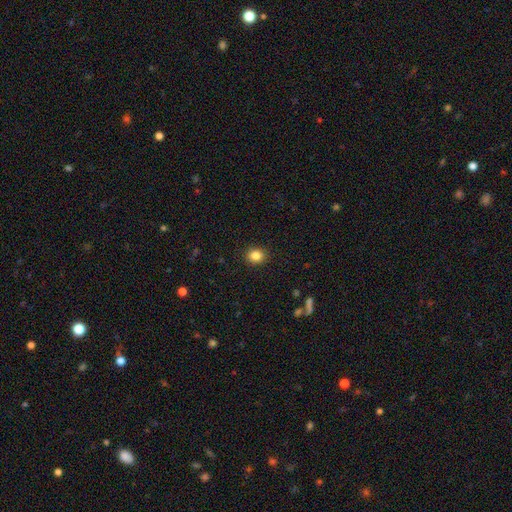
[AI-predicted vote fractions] Overall: smooth (85%). How rounded: round (69%; in between 30%). Merging: none (91%).